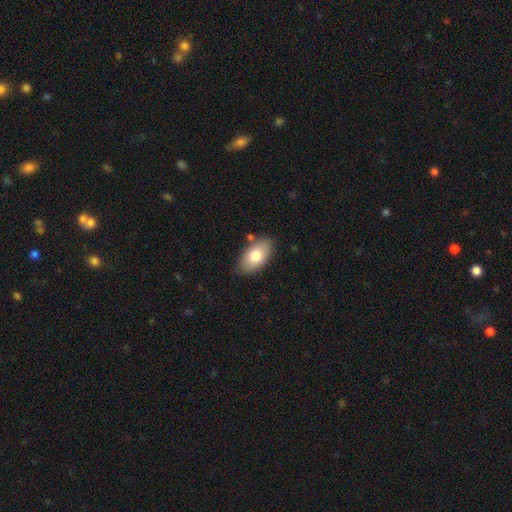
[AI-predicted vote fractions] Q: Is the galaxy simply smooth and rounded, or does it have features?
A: smooth — 77%.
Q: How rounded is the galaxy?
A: in between — 93%.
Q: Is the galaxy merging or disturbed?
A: none — 81%.